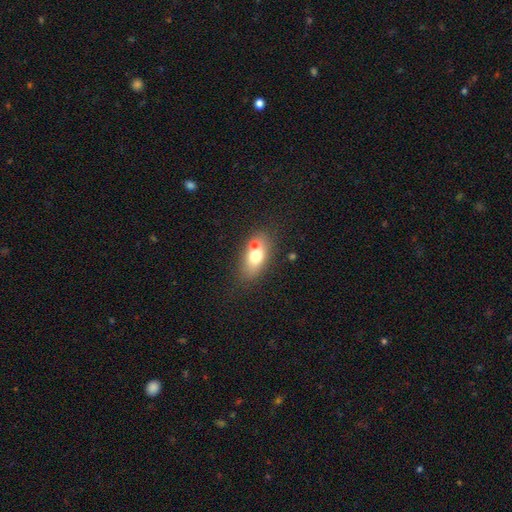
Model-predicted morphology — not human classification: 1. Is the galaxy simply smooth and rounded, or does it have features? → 67% smooth, 23% featured or disk, 9% star or artifact.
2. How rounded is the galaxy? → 81% in between, 13% round, 6% cigar-shaped.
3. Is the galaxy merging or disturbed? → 54% none, 28% merger, 13% minor disturbance, 5% major disturbance.